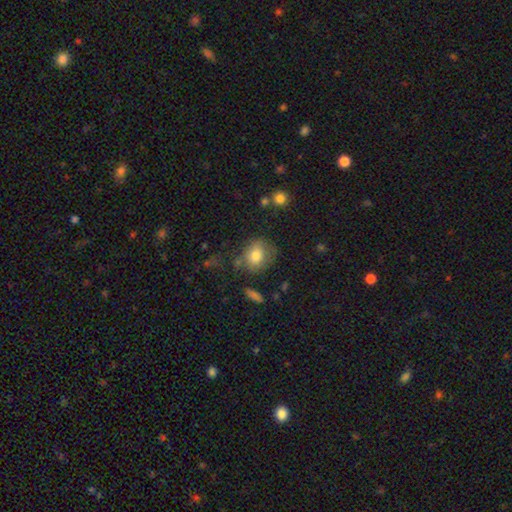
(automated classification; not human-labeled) Smooth or featured?
  - smooth: 78% *
  - featured or disk: 13%
  - star or artifact: 9%
How rounded?
  - round: 62% *
  - in between: 37%
  - cigar-shaped: 1%
Merging?
  - none: 67% *
  - minor disturbance: 20%
  - major disturbance: 8%
  - merger: 5%